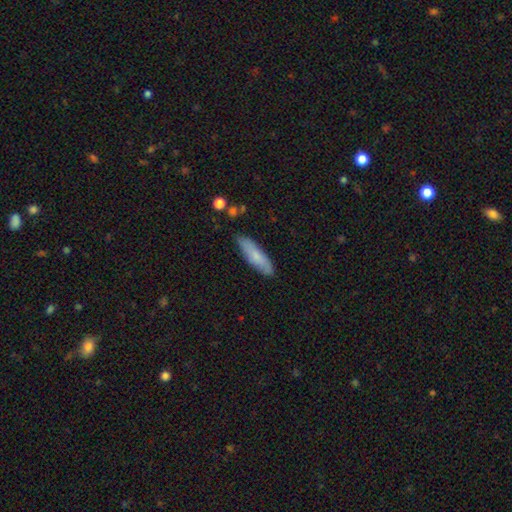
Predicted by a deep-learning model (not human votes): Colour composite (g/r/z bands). It shows a smooth galaxy with no disk features (76%) that is cigar-shaped (68%). Merging: none (83%).